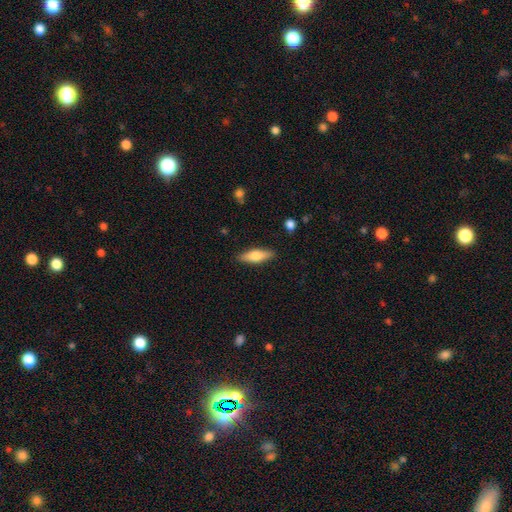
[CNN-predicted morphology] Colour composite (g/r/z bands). It shows a smooth galaxy with no disk features (62%) that is cigar-shaped (50%). Merging: none (87%).